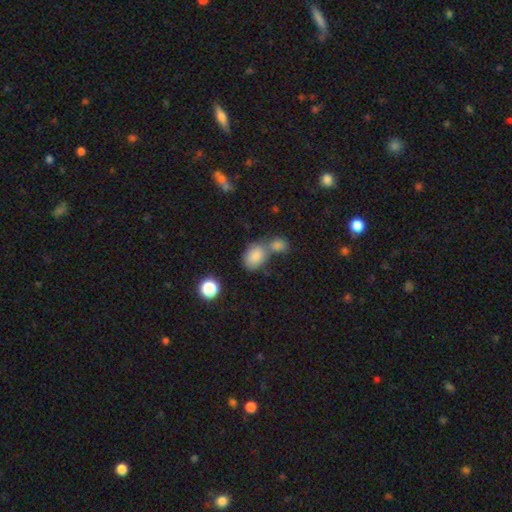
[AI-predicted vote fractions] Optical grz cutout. It shows a smooth galaxy with no disk features (84%) that is in between round and cigar-shaped (79%). Merging: merger (50%).